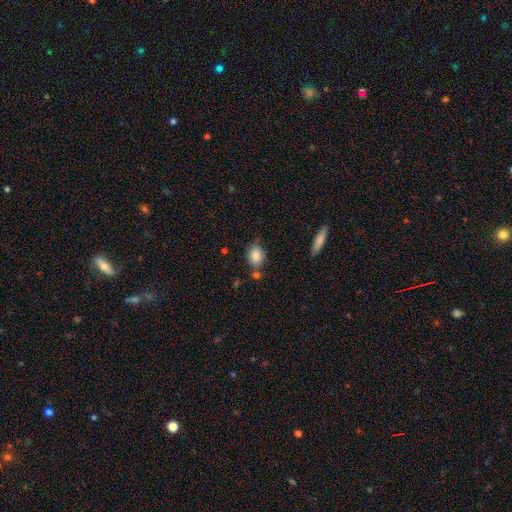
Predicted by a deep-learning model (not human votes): Q: Smooth or featured?
A: smooth (85%); runner-up: star or artifact (8%)
Q: How rounded?
A: in between (65%); runner-up: round (33%)
Q: Merging?
A: none (62%); runner-up: minor disturbance (21%)